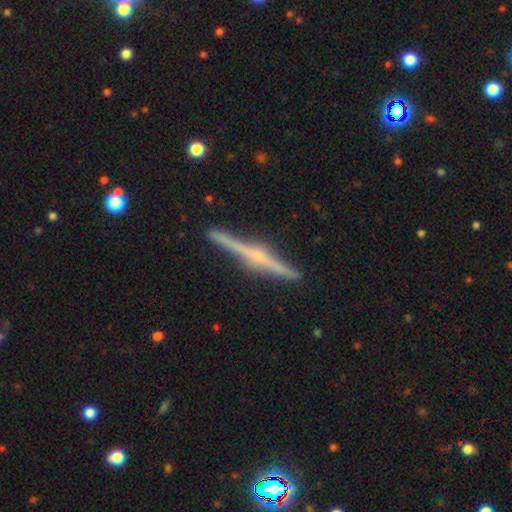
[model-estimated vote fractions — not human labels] Smooth or featured? featured or disk (83%)
Edge-on disk? yes (98%)
Edge-on bulge? rounded (69%)
Merging? none (91%)